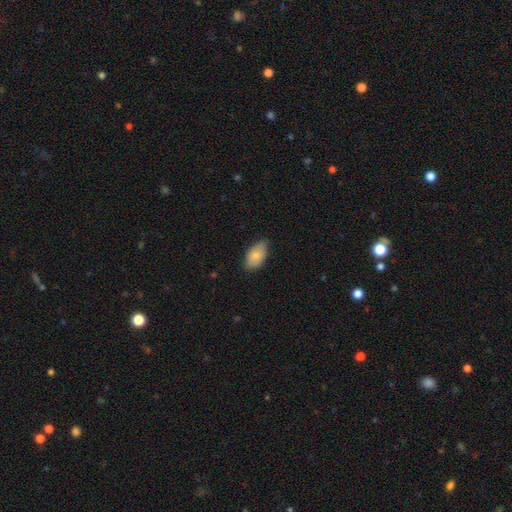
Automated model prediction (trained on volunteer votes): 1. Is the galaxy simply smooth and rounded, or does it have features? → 82% smooth, 12% featured or disk, 6% star or artifact.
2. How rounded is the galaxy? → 93% in between, 4% round, 2% cigar-shaped.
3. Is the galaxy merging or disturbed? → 69% none, 27% minor disturbance, 3% major disturbance, 1% merger.